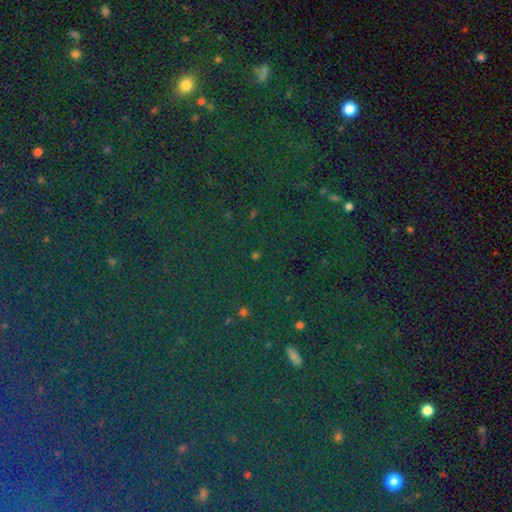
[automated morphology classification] Q: Smooth or featured?
A: star or artifact (71%); runner-up: smooth (20%)